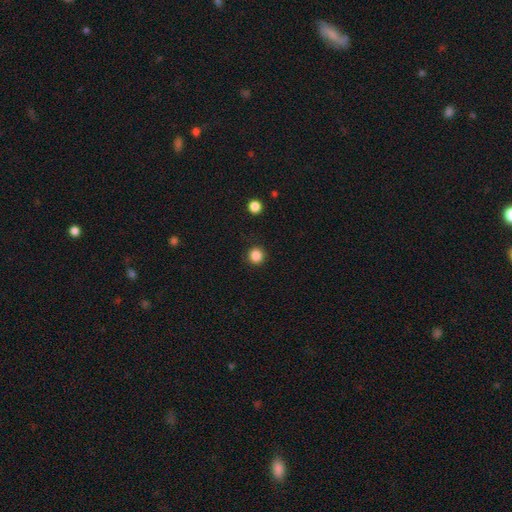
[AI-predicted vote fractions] This appears to be a smooth galaxy with no disk features (85%) that is round (93%). Merging: none (91%).